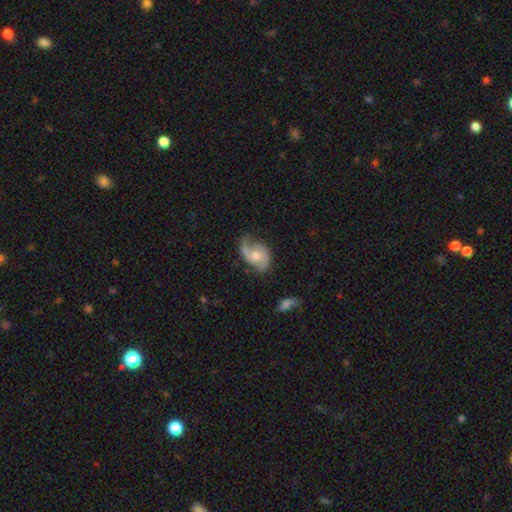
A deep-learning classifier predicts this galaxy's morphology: This is clearly a featured or disk galaxy (81%). It is clearly not viewed edge-on (97%). Bar: likely no (66%). Spiral arm pattern: clearly yes (94%). Spiral arm count: likely 2 (79%). Spiral winding: marginally medium (43%). Central bulge: likely moderate (61%). Merging: possibly none (59%).